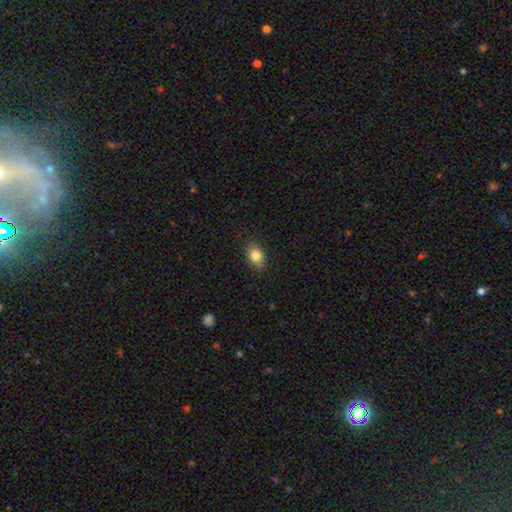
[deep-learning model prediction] smooth_or_featured: smooth (p=0.84) [alt: star or artifact p=0.08]
how_rounded: in between (p=0.83) [alt: round p=0.15]
merging: none (p=0.87) [alt: minor disturbance p=0.10]